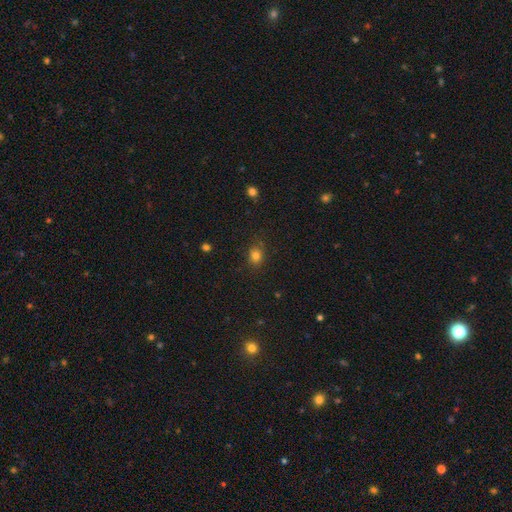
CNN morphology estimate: This is clearly a smooth galaxy (80%). How rounded: possibly round (60%). Merging: clearly none (82%).